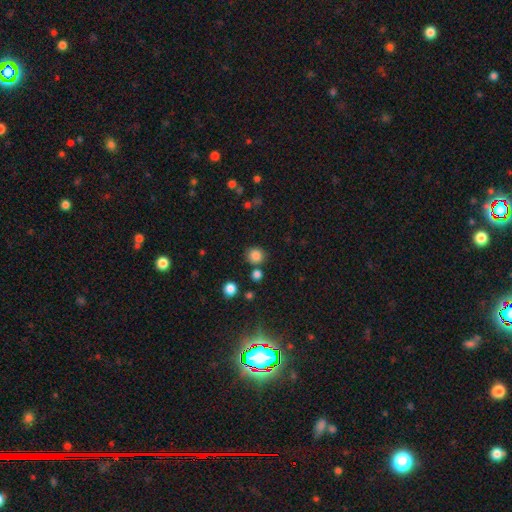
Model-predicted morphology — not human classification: smooth 84%, star or artifact 12%, featured or disk 4%. Down the decision tree: how rounded — round (88%); merging — none (79%).